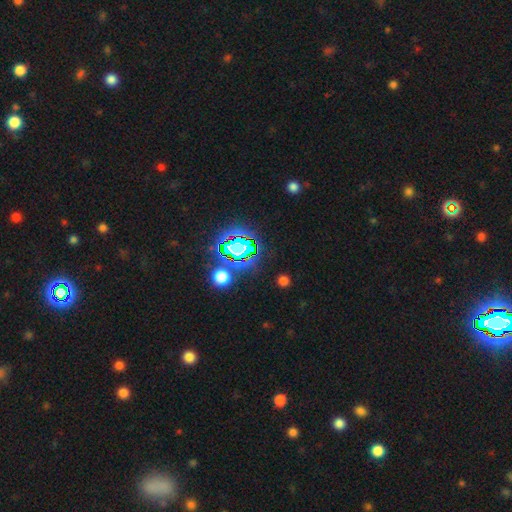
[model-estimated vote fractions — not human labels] Smooth or featured?
  - star or artifact: 80% *
  - smooth: 13%
  - featured or disk: 7%